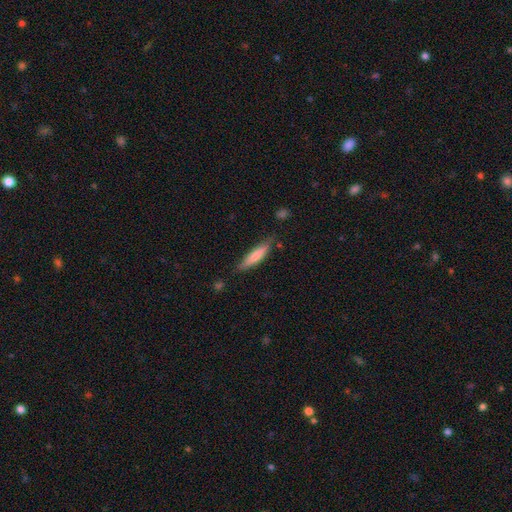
smooth-or-featured: smooth: 49% | featured or disk: 41% | star or artifact: 10%
  how-rounded: cigar-shaped: 84% | in between: 16% | round: 0%
  merging: none: 77% | minor disturbance: 20% | major disturbance: 3% | merger: 0%